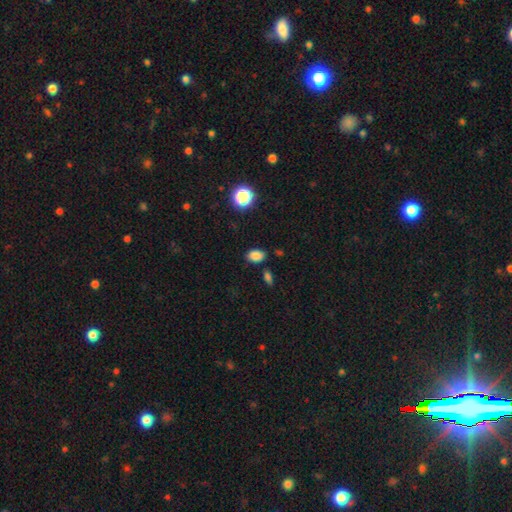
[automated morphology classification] This is clearly a smooth galaxy (84%). How rounded: likely in between (78%). Merging: clearly none (80%).